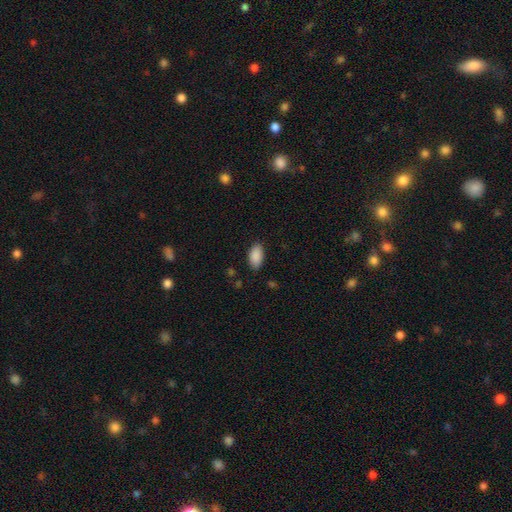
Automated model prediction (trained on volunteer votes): smooth 89%, star or artifact 7%, featured or disk 4%. Down the decision tree: how rounded — in between (94%); merging — none (84%).